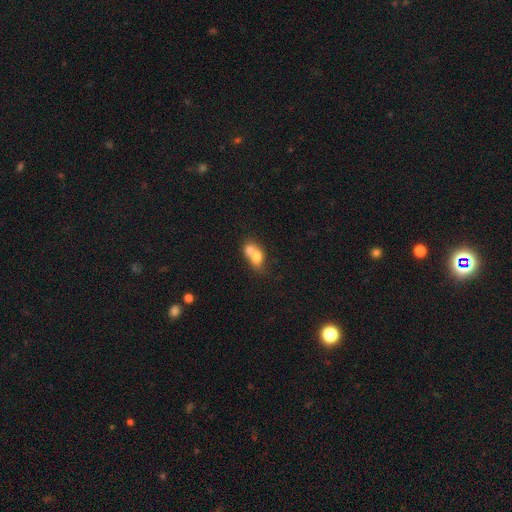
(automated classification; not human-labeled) smooth_or_featured: smooth (p=0.70) [alt: featured or disk p=0.21]
how_rounded: in between (p=0.55) [alt: round p=0.44]
merging: merger (p=0.73) [alt: none p=0.17]